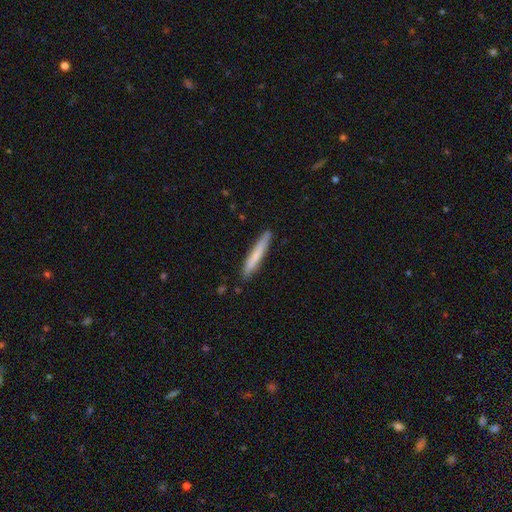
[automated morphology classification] The model was most divided on "smooth or featured": smooth: 72%, featured or disk: 22%, star or artifact: 5%. More confident: how rounded — cigar-shaped (95%); merging — none (87%).